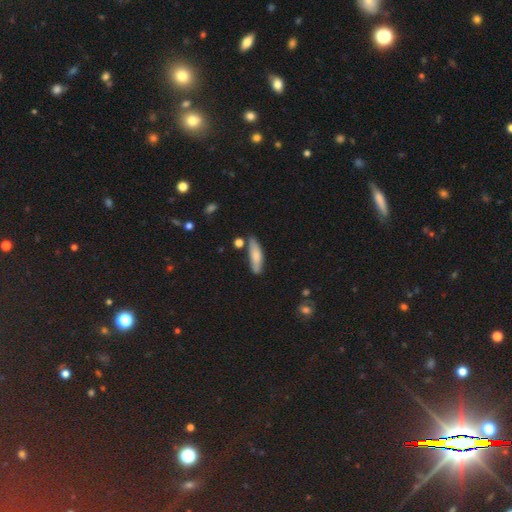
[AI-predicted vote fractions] This appears to be a smooth galaxy with no disk features (76%) that is cigar-shaped (62%). Merging: none (72%).